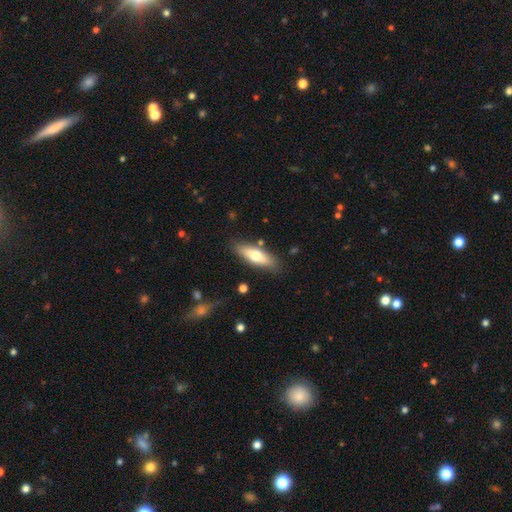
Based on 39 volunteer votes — A smooth galaxy with no disk features (69%) that is in between round and cigar-shaped (63%). Merging: none (91%).